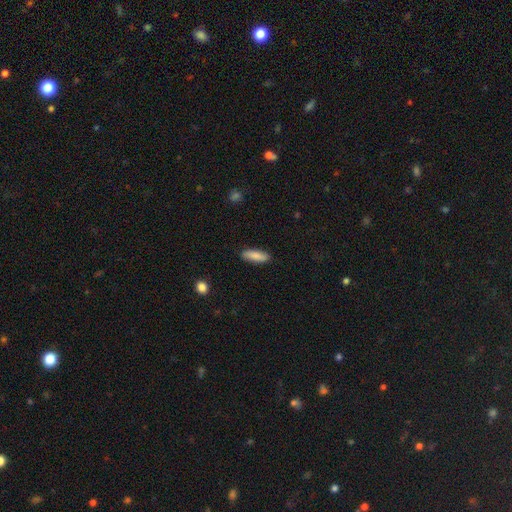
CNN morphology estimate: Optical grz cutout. It shows a smooth galaxy with no disk features (84%) that is cigar-shaped (50%). Merging: none (87%).